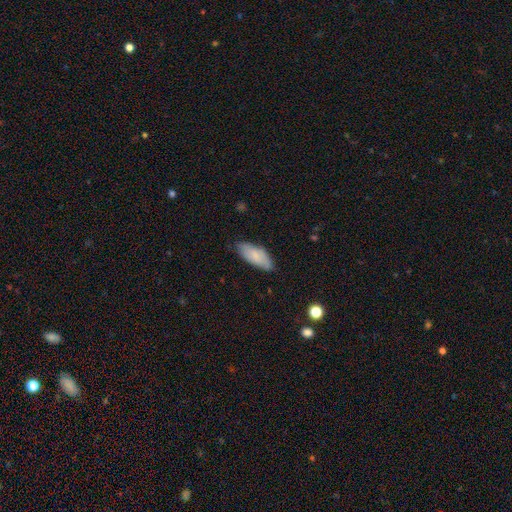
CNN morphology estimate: The model was most divided on "merging": none: 77%, minor disturbance: 19%, major disturbance: 3%, merger: 1%. More confident: how rounded — in between (81%); smooth or featured — smooth (81%).